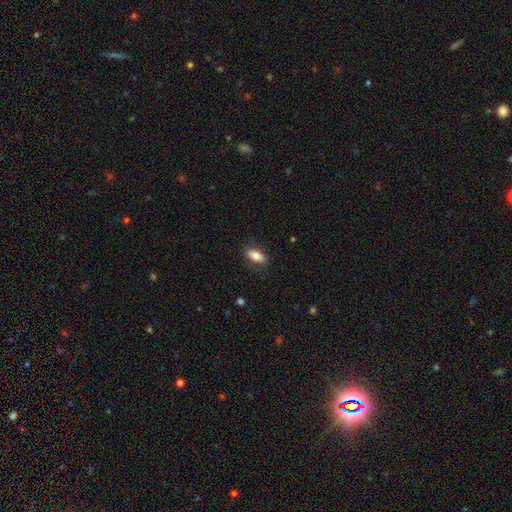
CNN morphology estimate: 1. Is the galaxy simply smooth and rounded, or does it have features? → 78% smooth, 15% featured or disk, 7% star or artifact.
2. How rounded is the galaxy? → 87% in between, 9% cigar-shaped, 4% round.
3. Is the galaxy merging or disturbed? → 83% none, 13% minor disturbance, 3% major disturbance, 1% merger.